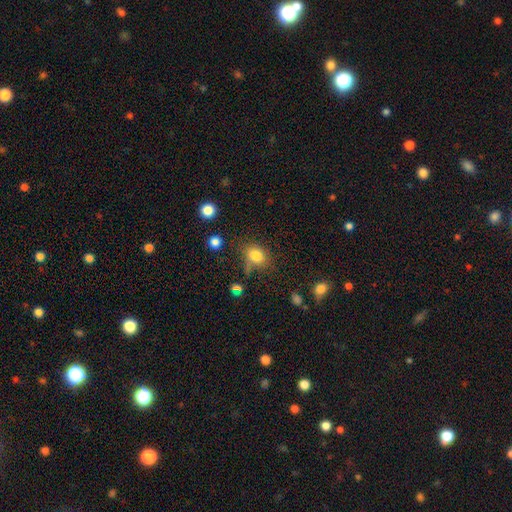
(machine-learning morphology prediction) Smooth or featured? smooth (81%)
How rounded? in between (54%)
Merging? none (66%)